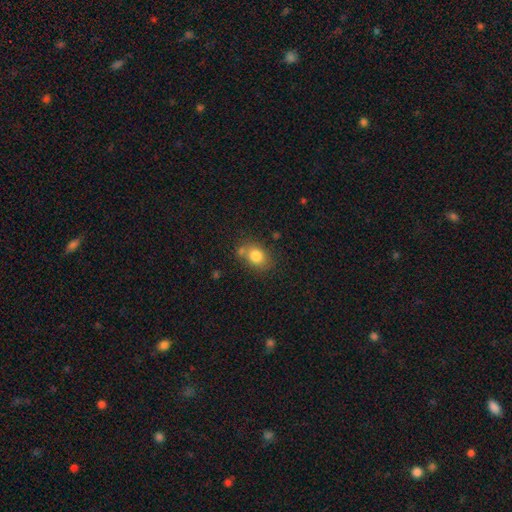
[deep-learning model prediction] A smooth galaxy with no disk features (81%) that is round (50%).

Vote fractions:
- Smooth or featured? smooth: 81% / star or artifact: 10% / featured or disk: 9%
- How rounded? round: 50% / in between: 49% / cigar-shaped: 1%
- Merging? none: 63% / merger: 17% / minor disturbance: 16% / major disturbance: 5%